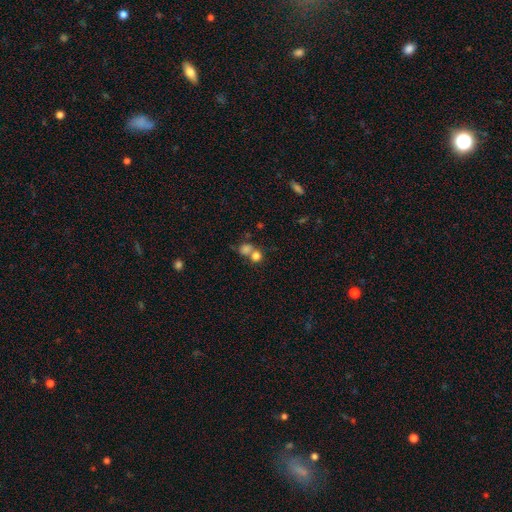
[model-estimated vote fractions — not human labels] A smooth galaxy with no disk features (77%) that is round (78%). Merging: merger (50%).